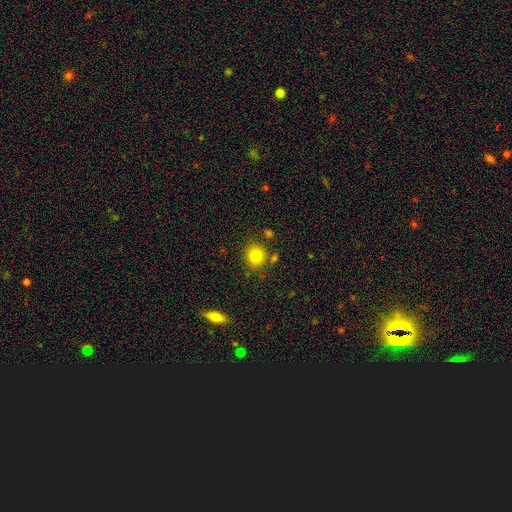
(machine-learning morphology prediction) Smooth or featured? Predicted: smooth (p=0.82). How rounded? Predicted: round (p=0.86). Merging? Predicted: none (p=0.81).